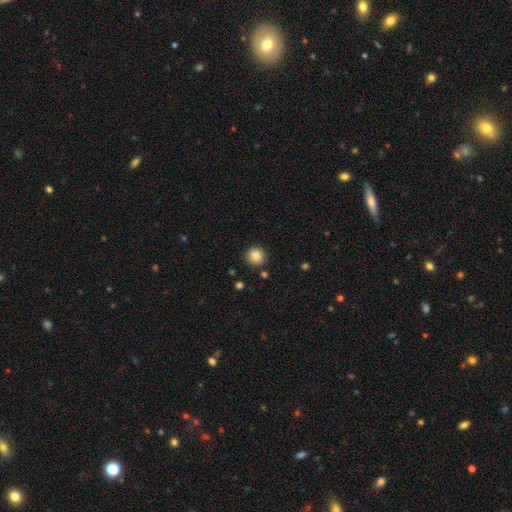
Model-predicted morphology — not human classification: The model was most divided on "smooth or featured": smooth: 85%, star or artifact: 10%, featured or disk: 5%. More confident: how rounded — round (93%); merging — none (89%).